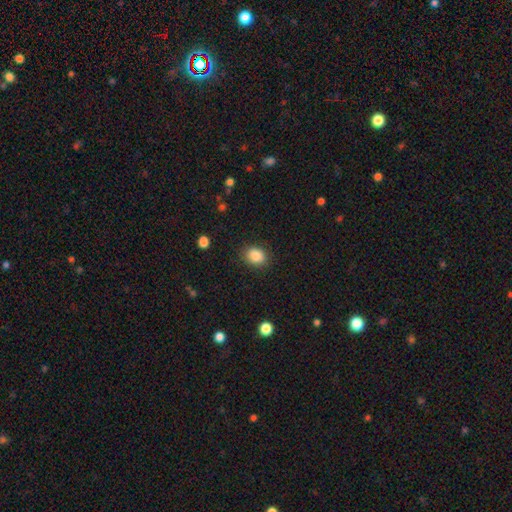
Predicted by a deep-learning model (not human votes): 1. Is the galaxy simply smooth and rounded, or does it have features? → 87% smooth, 9% star or artifact, 4% featured or disk.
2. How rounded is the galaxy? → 54% in between, 45% round, 1% cigar-shaped.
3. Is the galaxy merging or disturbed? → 87% none, 9% minor disturbance, 3% major disturbance, 1% merger.